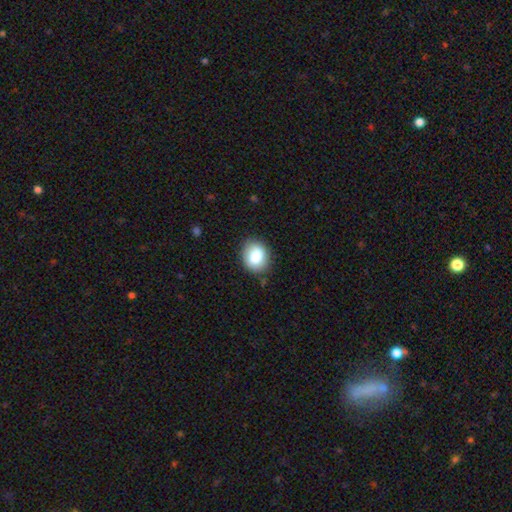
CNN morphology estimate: A smooth galaxy with no disk features (82%) that is in between round and cigar-shaped (52%). Merging: none (83%).